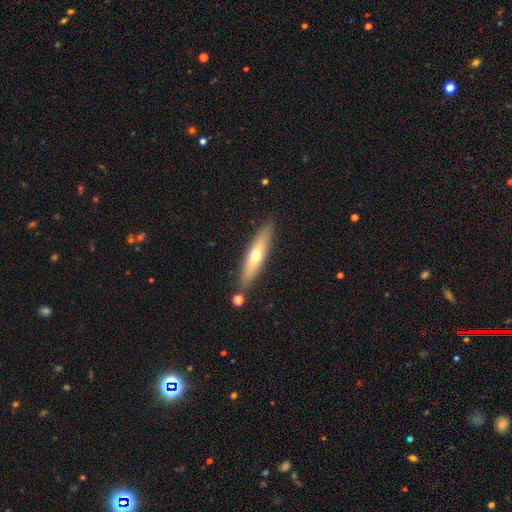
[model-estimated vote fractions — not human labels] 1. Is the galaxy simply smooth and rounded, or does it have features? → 53% smooth, 41% featured or disk, 6% star or artifact.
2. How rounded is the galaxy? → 75% cigar-shaped, 23% in between, 2% round.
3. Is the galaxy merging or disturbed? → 82% none, 11% minor disturbance, 4% merger, 3% major disturbance.